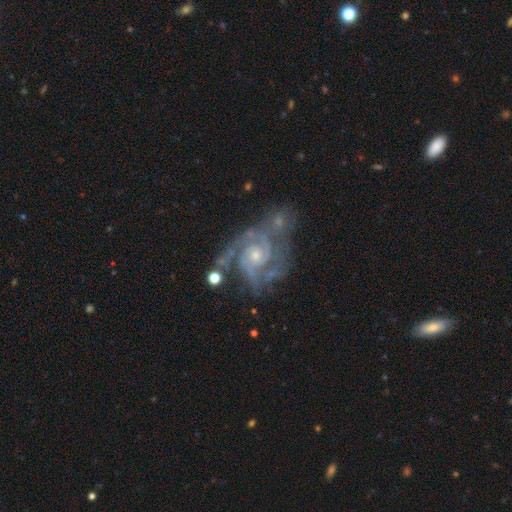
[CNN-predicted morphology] type=featured or disk (91%); edge-on=no (98%); bar=no (71%); spiral arms=yes (98%); winding=tight (56%); arm count=2 (45%); bulge=small (66%); merging=none (46%).